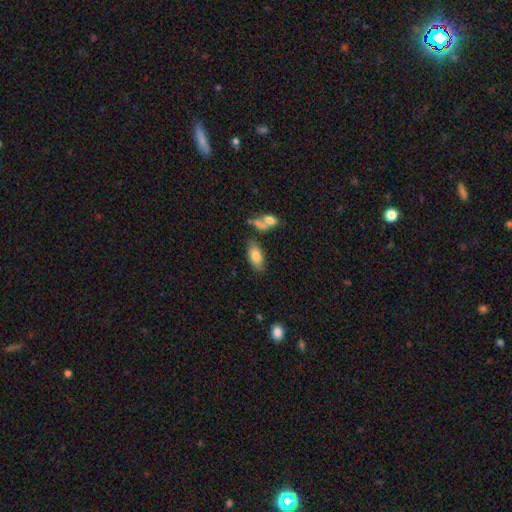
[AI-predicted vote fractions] A smooth galaxy with no disk features (78%) that is in between round and cigar-shaped (89%). Merging: none (72%).